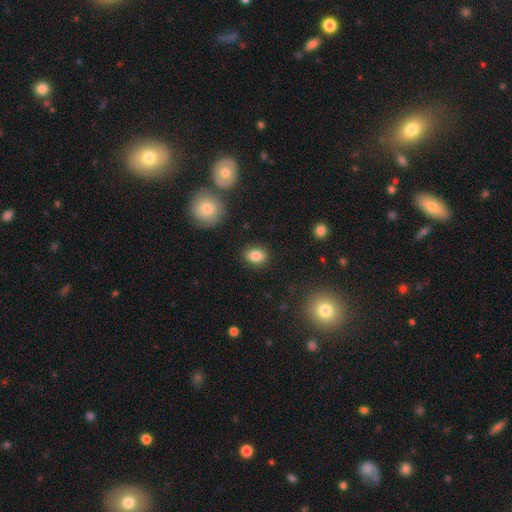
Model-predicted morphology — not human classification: This is clearly a smooth galaxy (84%). How rounded: likely in between (66%). Merging: clearly none (87%).